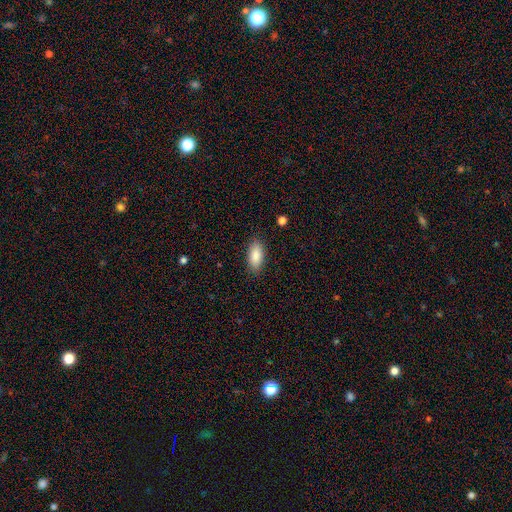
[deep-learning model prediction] Q: Smooth or featured?
A: smooth (87%); runner-up: featured or disk (6%)
Q: How rounded?
A: in between (87%); runner-up: cigar-shaped (11%)
Q: Merging?
A: none (87%); runner-up: minor disturbance (9%)